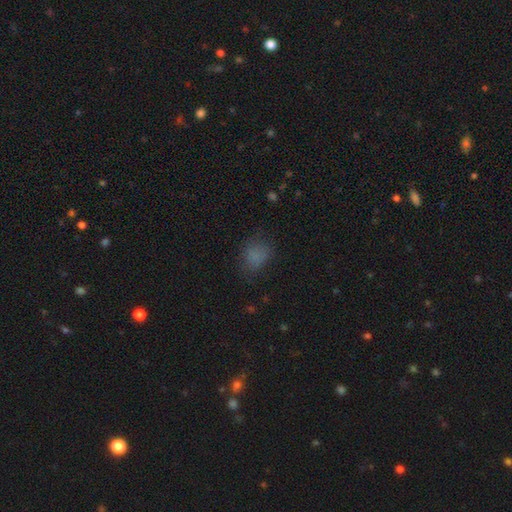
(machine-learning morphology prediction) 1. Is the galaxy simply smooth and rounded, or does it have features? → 76% smooth, 16% star or artifact, 8% featured or disk.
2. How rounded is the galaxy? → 54% in between, 45% round, 1% cigar-shaped.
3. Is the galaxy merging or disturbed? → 67% none, 21% minor disturbance, 11% major disturbance, 1% merger.